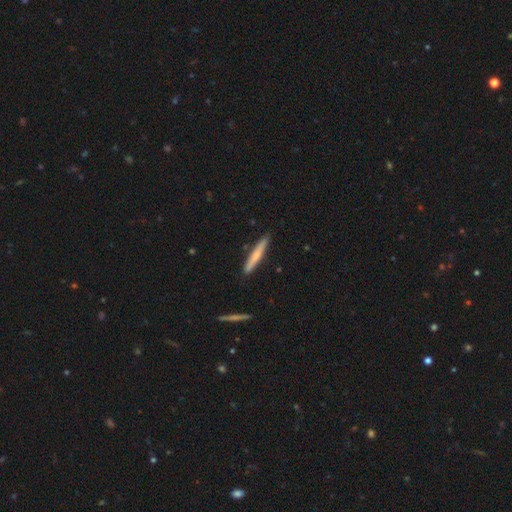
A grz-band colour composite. It shows a smooth galaxy with no disk features (66%) that is cigar-shaped (100%). Merging: none (97%).